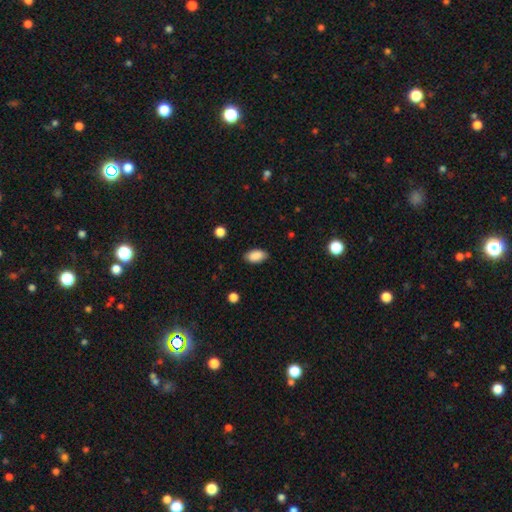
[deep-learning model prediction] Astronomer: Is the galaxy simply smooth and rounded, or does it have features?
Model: smooth — 89%.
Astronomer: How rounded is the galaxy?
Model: in between — 93%.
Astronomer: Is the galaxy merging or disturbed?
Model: none — 85%.